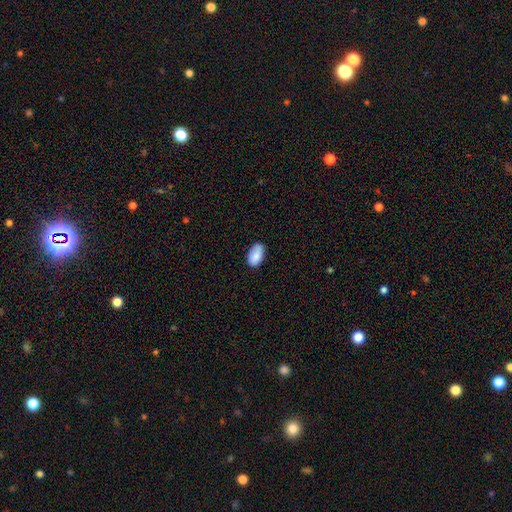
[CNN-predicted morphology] This is clearly a smooth galaxy (86%). How rounded: clearly in between (94%). Merging: likely none (78%).